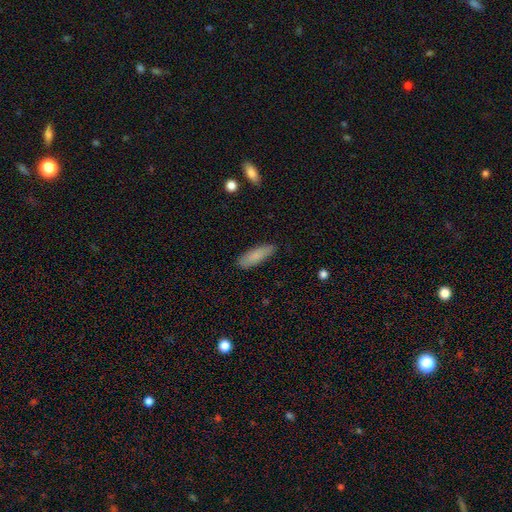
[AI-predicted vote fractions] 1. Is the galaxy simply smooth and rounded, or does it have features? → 82% smooth, 11% featured or disk, 6% star or artifact.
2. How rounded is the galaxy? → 55% cigar-shaped, 43% in between, 2% round.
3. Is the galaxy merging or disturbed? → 85% none, 11% minor disturbance, 2% major disturbance, 1% merger.